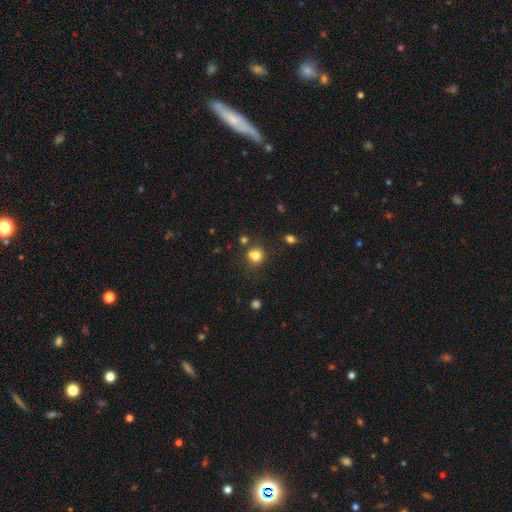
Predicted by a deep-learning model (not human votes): Morphology: type=smooth (77%); roundness=round (83%); merging=none (63%).